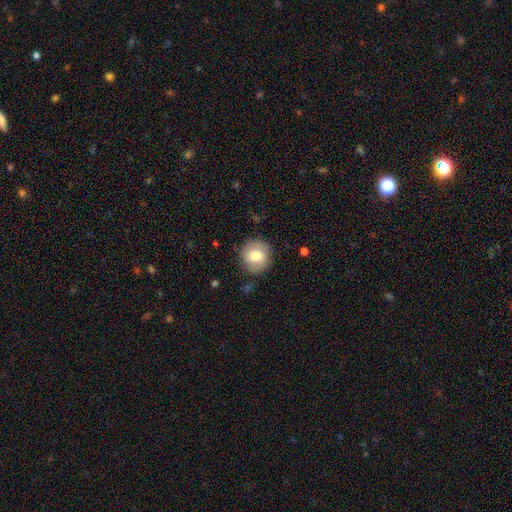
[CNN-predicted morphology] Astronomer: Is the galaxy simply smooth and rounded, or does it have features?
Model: smooth — 76%.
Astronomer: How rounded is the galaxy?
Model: round — 91%.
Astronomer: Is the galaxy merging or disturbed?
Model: none — 86%.